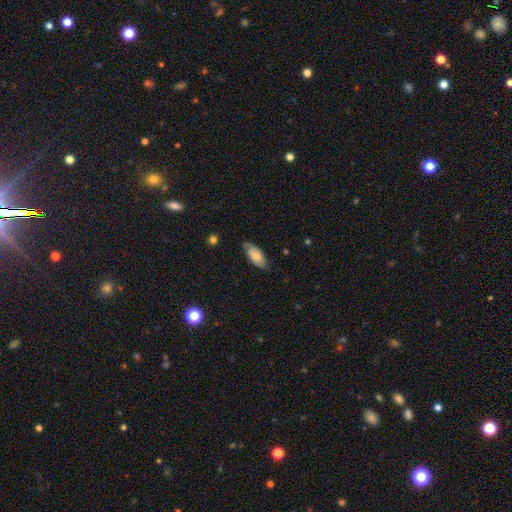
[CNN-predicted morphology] A smooth galaxy with no disk features (70%) that is in between round and cigar-shaped (88%). Merging: none (71%).